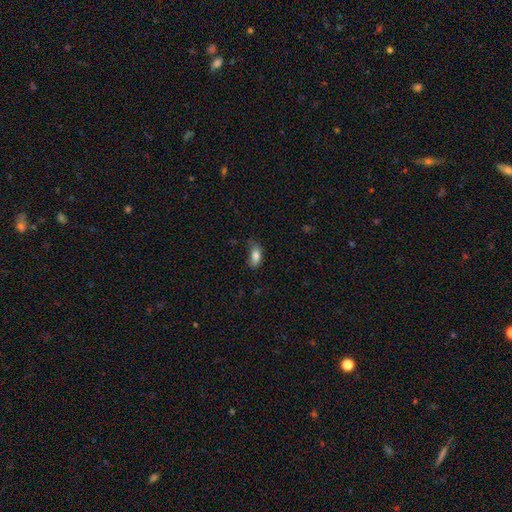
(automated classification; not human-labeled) A smooth galaxy with no disk features (83%) that is in between round and cigar-shaped (89%). Merging: none (56%).